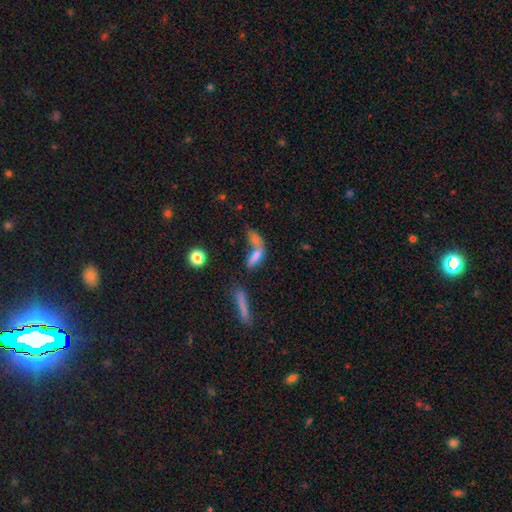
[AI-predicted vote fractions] This is likely a smooth galaxy (64%). How rounded: possibly cigar-shaped (49%). Merging: possibly merger (56%).